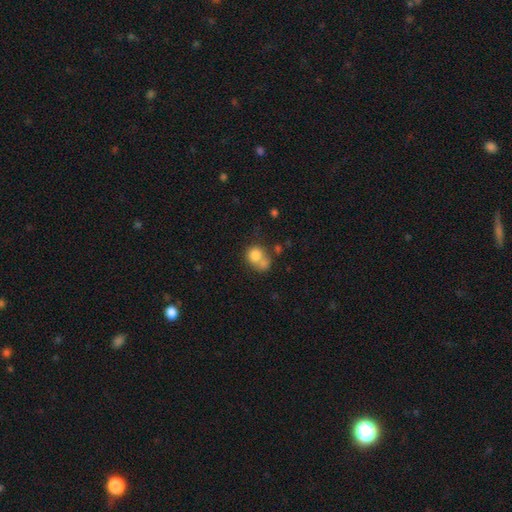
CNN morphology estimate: smooth_or_featured: smooth (p=0.77) [alt: featured or disk p=0.13]
how_rounded: round (p=0.72) [alt: in between p=0.27]
merging: merger (p=0.49) [alt: none p=0.33]